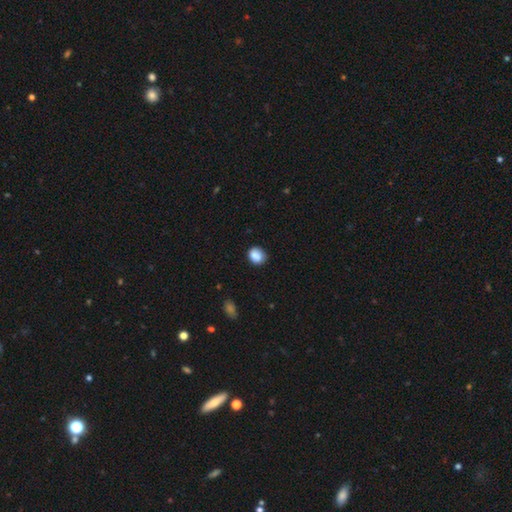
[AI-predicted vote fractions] Smooth or featured? Predicted: smooth (p=0.86). How rounded? Predicted: round (p=0.60). Merging? Predicted: none (p=0.74).